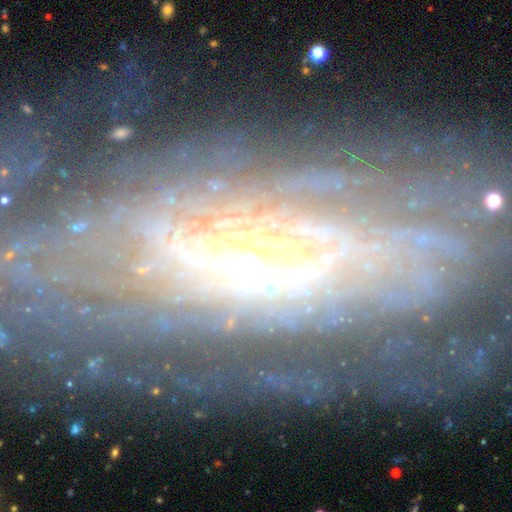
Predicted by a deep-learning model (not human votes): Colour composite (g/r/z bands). It shows a featured or disk galaxy (83%) with no bar (60%), tight (62%) spiral arms (86%) and a small central bulge (64%). Merging: none (62%).